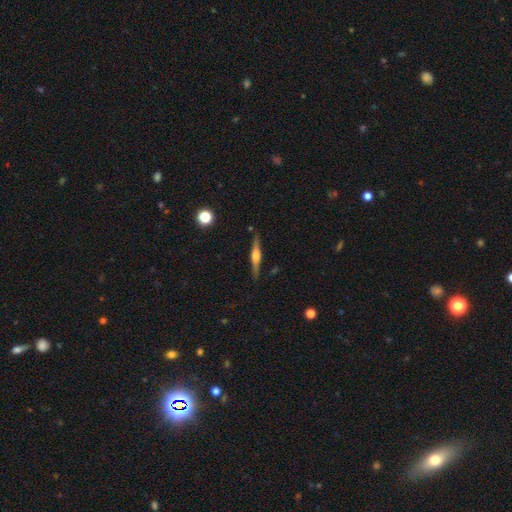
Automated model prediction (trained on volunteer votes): Morphology: type=featured or disk (69%); edge-on=yes (98%); edge-on bulge=rounded (87%); merging=none (88%).